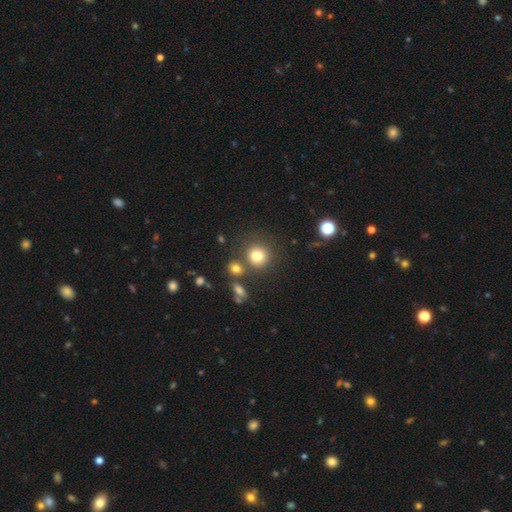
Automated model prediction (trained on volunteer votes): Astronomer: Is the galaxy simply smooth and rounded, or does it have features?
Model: smooth — 80%.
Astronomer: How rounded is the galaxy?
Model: round — 80%.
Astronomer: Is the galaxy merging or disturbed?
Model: none — 68%.